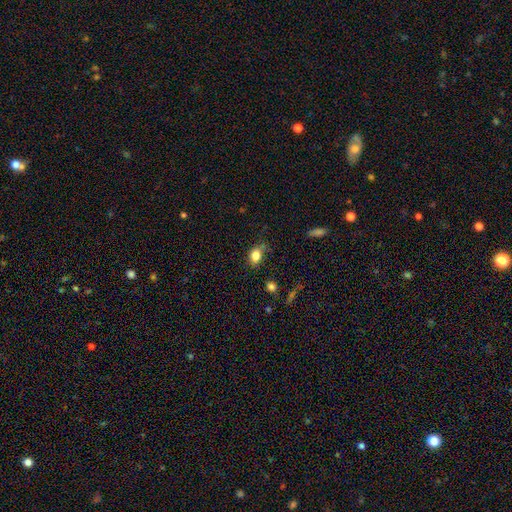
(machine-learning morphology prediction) smooth-or-featured: smooth: 82% | star or artifact: 10% | featured or disk: 8%
  how-rounded: in between: 67% | round: 31% | cigar-shaped: 2%
  merging: none: 63% | minor disturbance: 27% | major disturbance: 7% | merger: 4%